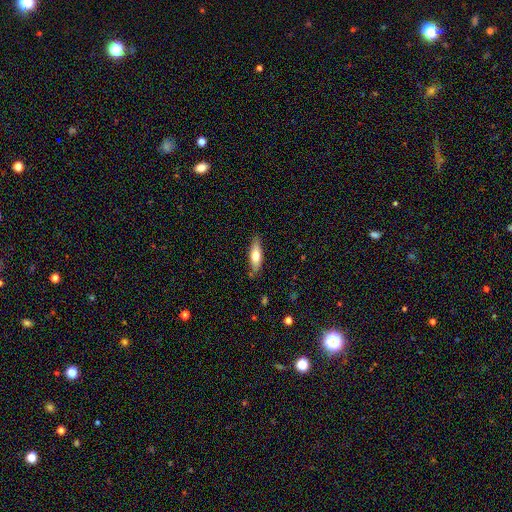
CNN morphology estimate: The model was most divided on "how rounded": in between: 54%, cigar-shaped: 44%, round: 2%. More confident: merging — none (82%); smooth or featured — smooth (68%).